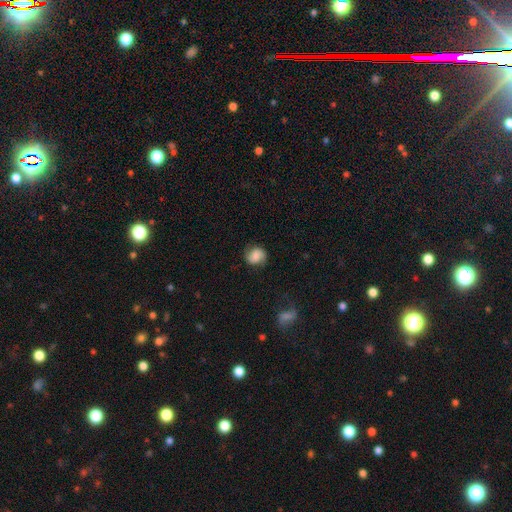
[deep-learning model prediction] Morphology: type=smooth (51%); roundness=round (68%); merging=none (71%).